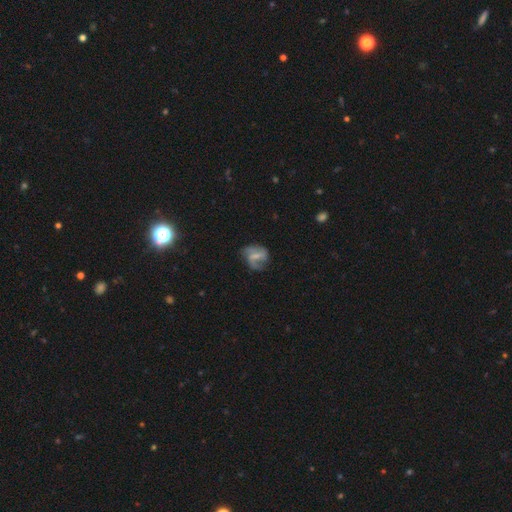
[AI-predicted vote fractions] Smooth or featured?
  - featured or disk: 60% *
  - smooth: 31%
  - star or artifact: 9%
Edge-on disk?
  - no: 96% *
  - yes: 4%
Bar?
  - weak: 45% *
  - strong: 33%
  - no: 22%
Spiral arms?
  - yes: 73% *
  - no: 27%
Bulge size?
  - small: 40% *
  - none: 32%
  - moderate: 24%
  - large: 3%
  - dominant: 1%
Merging?
  - none: 51% *
  - minor disturbance: 26%
  - major disturbance: 21%
  - merger: 3%